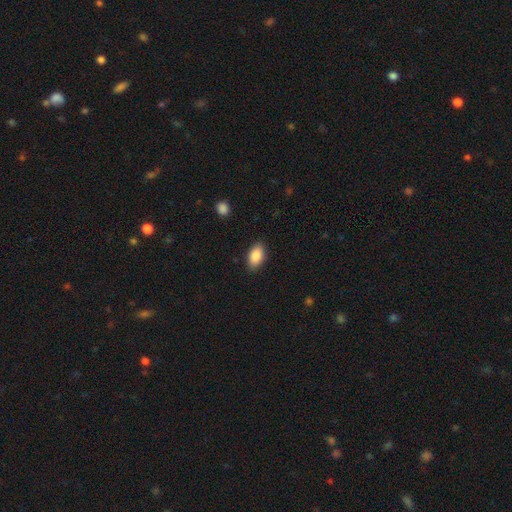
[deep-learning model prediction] Morphology: type=smooth (88%); roundness=in between (93%); merging=none (87%).